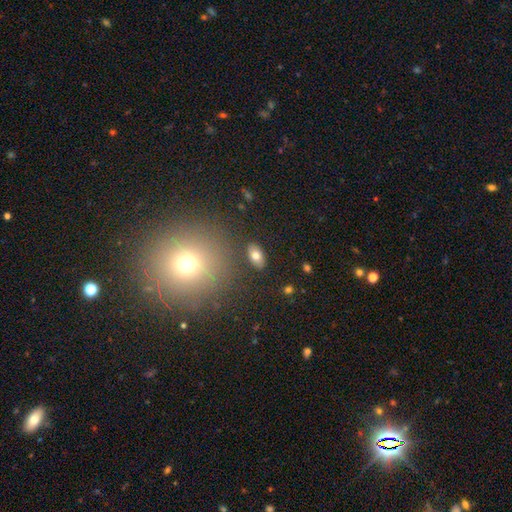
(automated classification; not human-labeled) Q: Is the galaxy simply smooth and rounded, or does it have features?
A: smooth — 75%.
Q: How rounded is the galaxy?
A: in between — 91%.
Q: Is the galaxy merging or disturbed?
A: none — 86%.